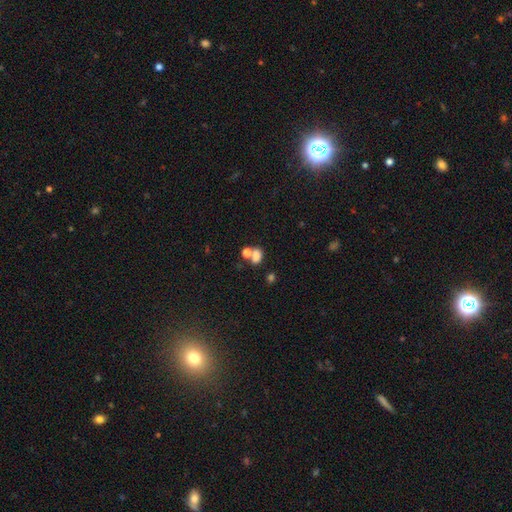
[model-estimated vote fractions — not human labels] smooth 76%, star or artifact 14%, featured or disk 10%. Down the decision tree: how rounded — in between (72%); merging — merger (44%).